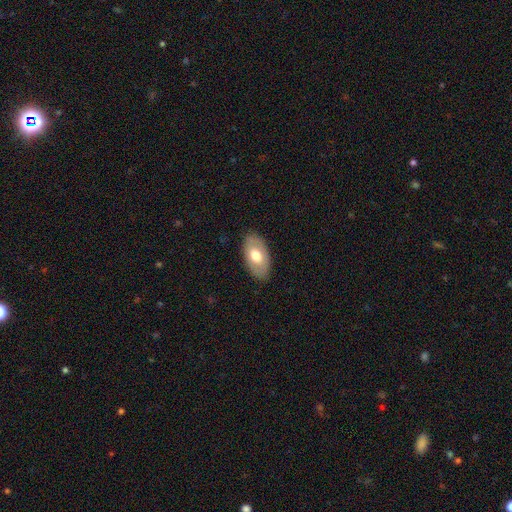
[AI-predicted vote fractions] The model was most divided on "smooth or featured": smooth: 63%, featured or disk: 31%, star or artifact: 6%. More confident: how rounded — in between (94%); merging — none (85%).